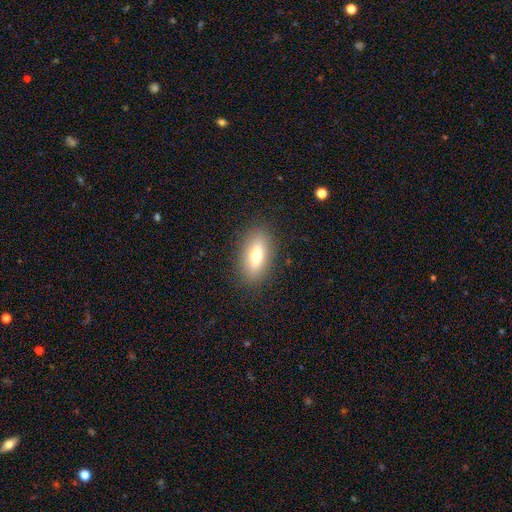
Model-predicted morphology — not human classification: type=smooth (66%); roundness=in between (76%); merging=none (87%).